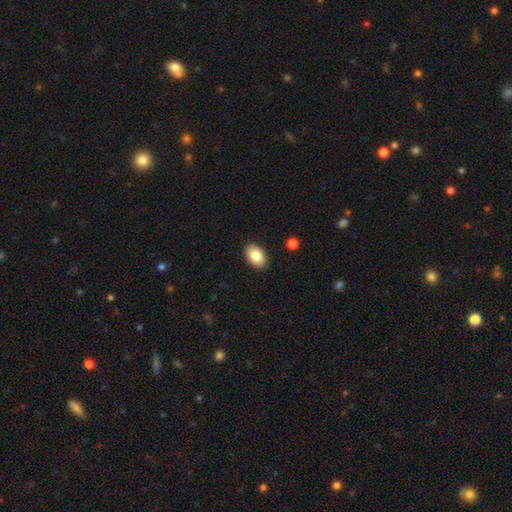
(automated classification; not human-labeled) This is clearly a smooth galaxy (87%). How rounded: clearly in between (92%). Merging: clearly none (90%).